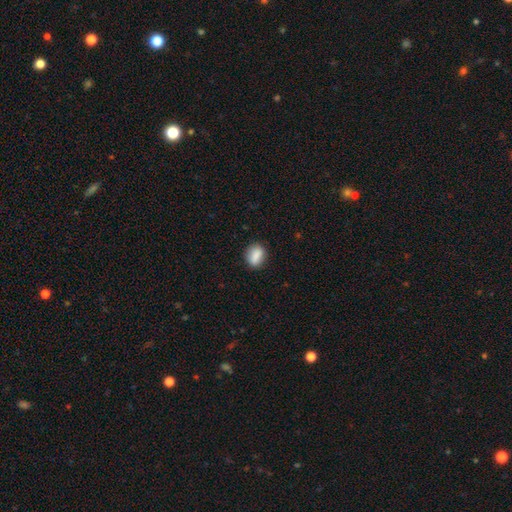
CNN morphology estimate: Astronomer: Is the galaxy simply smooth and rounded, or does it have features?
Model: smooth — 85%.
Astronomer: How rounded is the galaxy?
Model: in between — 68%.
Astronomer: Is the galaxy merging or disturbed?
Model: none — 82%.